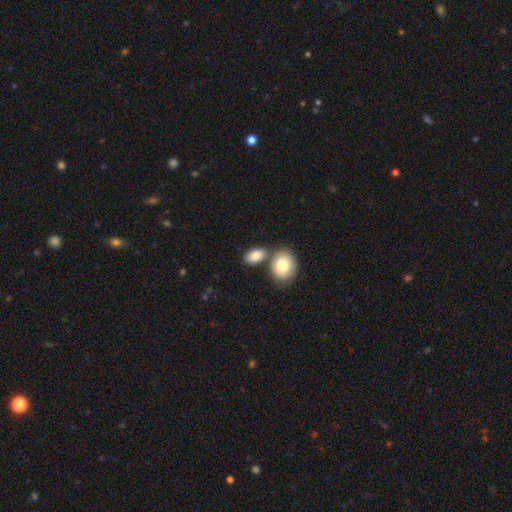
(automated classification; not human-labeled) smooth 85%, featured or disk 9%, star or artifact 6%. Down the decision tree: how rounded — in between (87%); merging — none (56%).